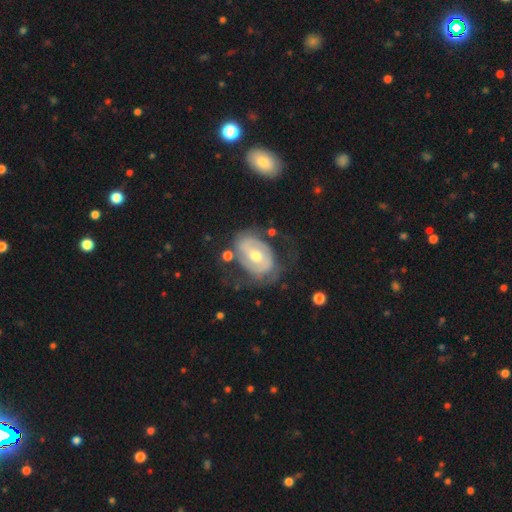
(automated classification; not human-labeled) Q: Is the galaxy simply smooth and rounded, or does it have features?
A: featured or disk — 74%.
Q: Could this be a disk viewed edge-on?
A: no — 96%.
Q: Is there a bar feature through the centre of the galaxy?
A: no — 42%.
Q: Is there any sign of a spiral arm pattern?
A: yes — 73%.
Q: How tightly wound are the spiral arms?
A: tight — 51%.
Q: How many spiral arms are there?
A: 2 — 55%.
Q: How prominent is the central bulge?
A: moderate — 65%.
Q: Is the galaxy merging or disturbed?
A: none — 51%.